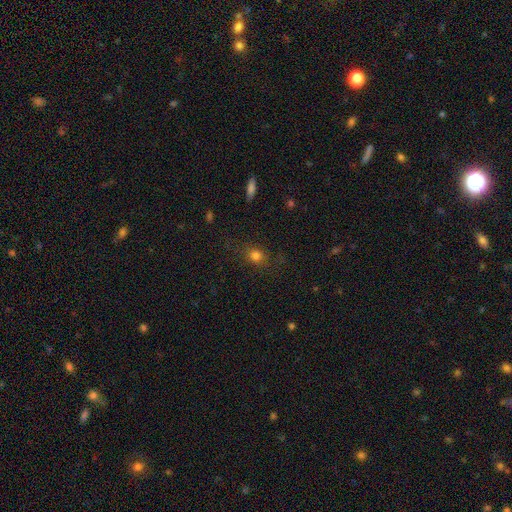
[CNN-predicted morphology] The model was most divided on "how rounded": round: 67%, in between: 31%, cigar-shaped: 2%. More confident: merging — none (79%); smooth or featured — smooth (77%).